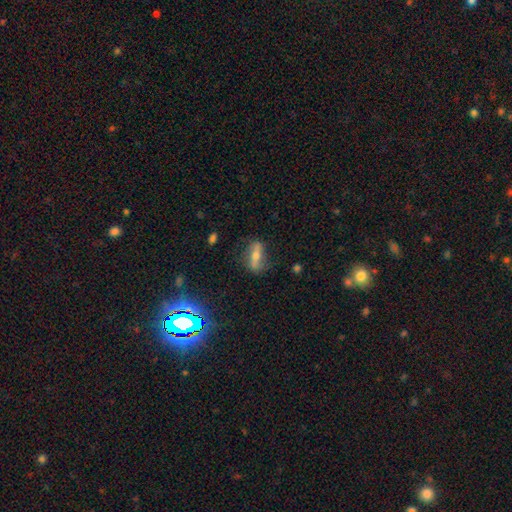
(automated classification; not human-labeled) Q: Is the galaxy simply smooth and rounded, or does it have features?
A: featured or disk — 52%.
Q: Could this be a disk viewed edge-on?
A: no — 57%.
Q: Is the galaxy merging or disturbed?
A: none — 72%.